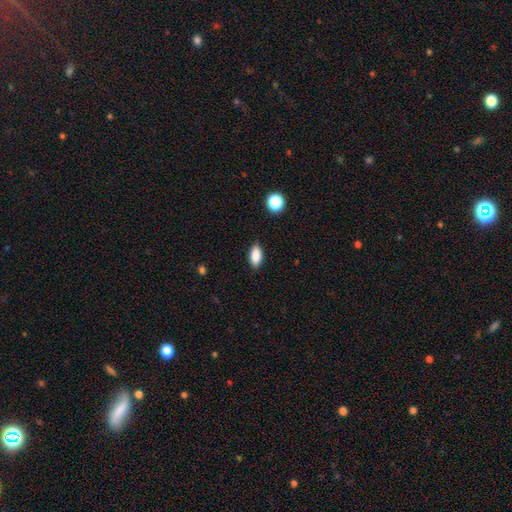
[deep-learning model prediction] Smooth or featured? smooth (86%)
How rounded? in between (89%)
Merging? none (88%)